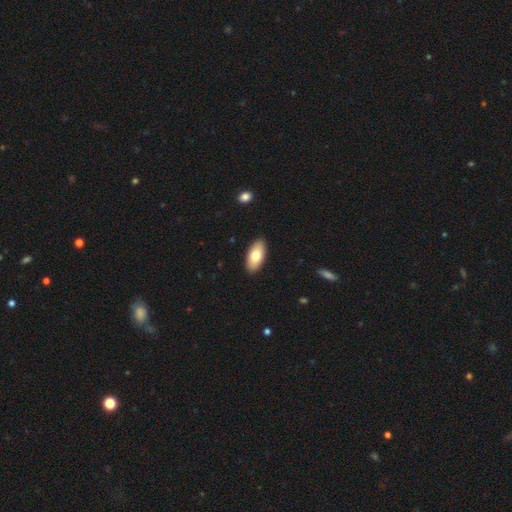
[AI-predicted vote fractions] This appears to be a smooth galaxy with no disk features (75%) that is in between round and cigar-shaped (91%). Merging: none (89%).